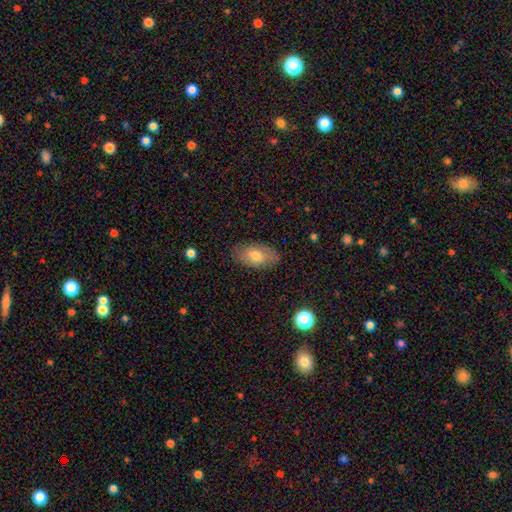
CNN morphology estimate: Q: Smooth or featured?
A: smooth (71%); runner-up: featured or disk (22%)
Q: How rounded?
A: in between (92%); runner-up: round (5%)
Q: Merging?
A: none (83%); runner-up: minor disturbance (13%)